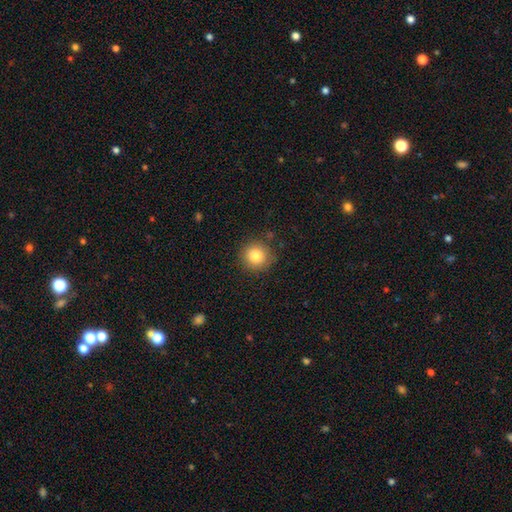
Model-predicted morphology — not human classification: Smooth or featured: smooth — 82% (star or artifact — 10%)
How rounded: round — 93% (in between — 6%)
Merging: none — 87% (minor disturbance — 9%)